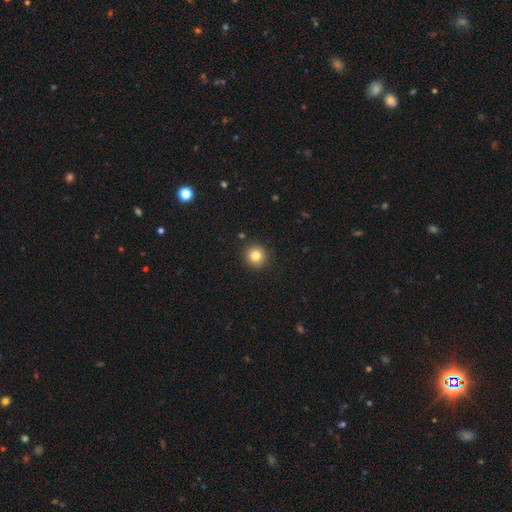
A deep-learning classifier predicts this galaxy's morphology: Smooth or featured? smooth (81%)
How rounded? round (93%)
Merging? none (91%)